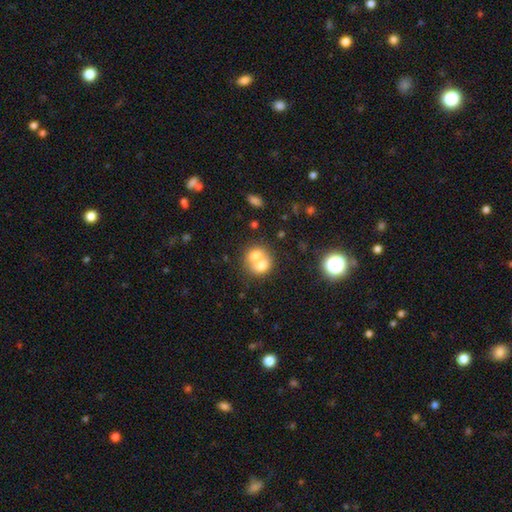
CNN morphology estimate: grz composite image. It shows a smooth galaxy with no disk features (66%) that is round (60%). Merging: merger (71%).